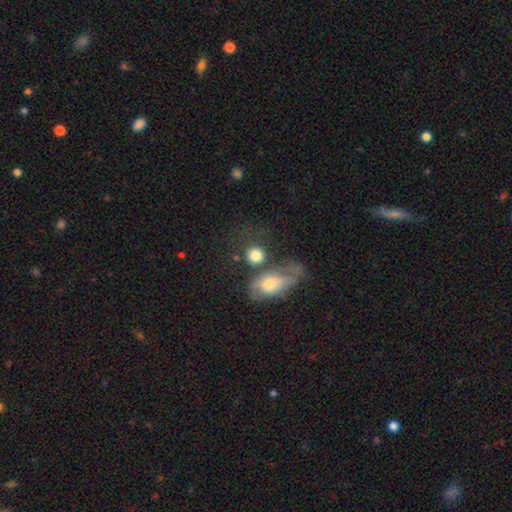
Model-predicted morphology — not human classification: Overall: smooth (76%). How rounded: round (75%). Merging: none (44%; merger 27%).